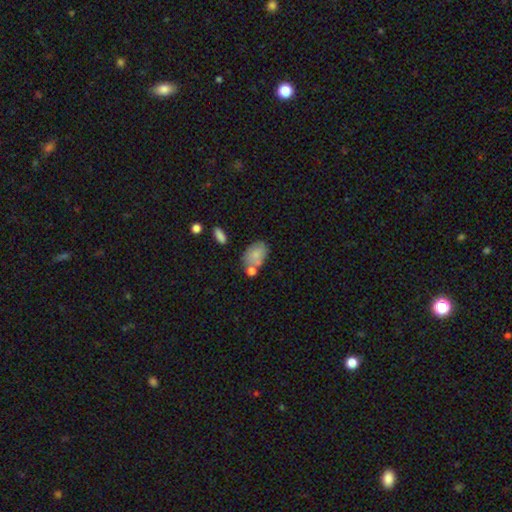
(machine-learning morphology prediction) A smooth galaxy with no disk features (75%) that is in between round and cigar-shaped (85%).

Vote fractions:
- Smooth or featured? smooth: 75% / featured or disk: 16% / star or artifact: 9%
- How rounded? in between: 85% / round: 14% / cigar-shaped: 1%
- Merging? none: 50% / merger: 23% / minor disturbance: 19% / major disturbance: 7%